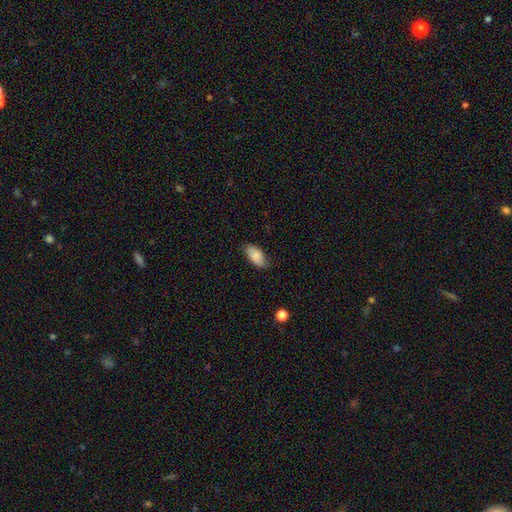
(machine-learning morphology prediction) Overall: smooth (78%). How rounded: in between (94%). Merging: none (70%).